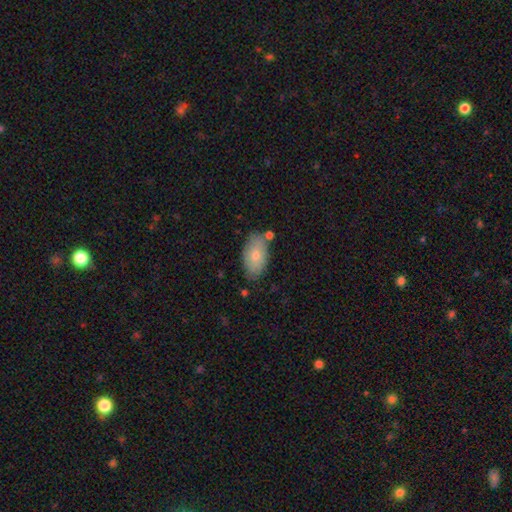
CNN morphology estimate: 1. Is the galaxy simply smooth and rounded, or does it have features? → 75% smooth, 19% featured or disk, 6% star or artifact.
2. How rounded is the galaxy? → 93% in between, 4% round, 3% cigar-shaped.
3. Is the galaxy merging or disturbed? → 71% none, 18% minor disturbance, 7% merger, 4% major disturbance.